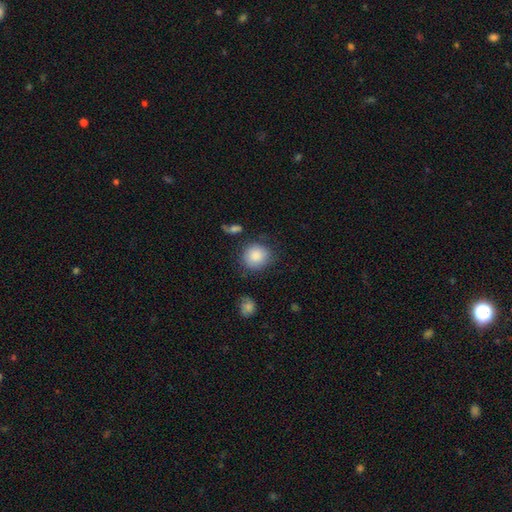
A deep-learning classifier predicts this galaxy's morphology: A smooth galaxy with no disk features (87%) that is round (86%).

Vote fractions:
- Smooth or featured? smooth: 87% / star or artifact: 7% / featured or disk: 6%
- How rounded? round: 86% / in between: 13% / cigar-shaped: 1%
- Merging? none: 76% / minor disturbance: 15% / major disturbance: 5% / merger: 4%